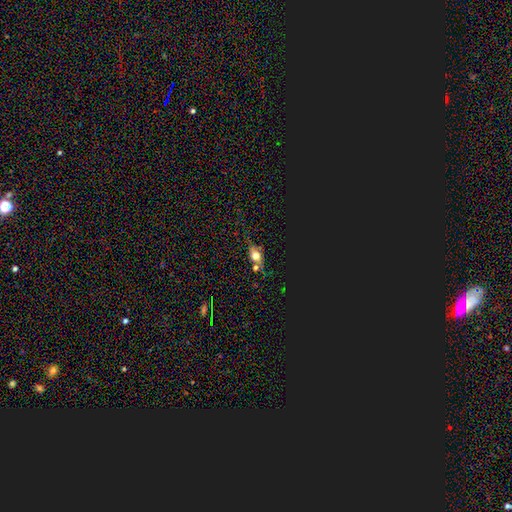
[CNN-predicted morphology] Smooth or featured? smooth (51%)
How rounded? in between (59%)
Merging? none (66%)